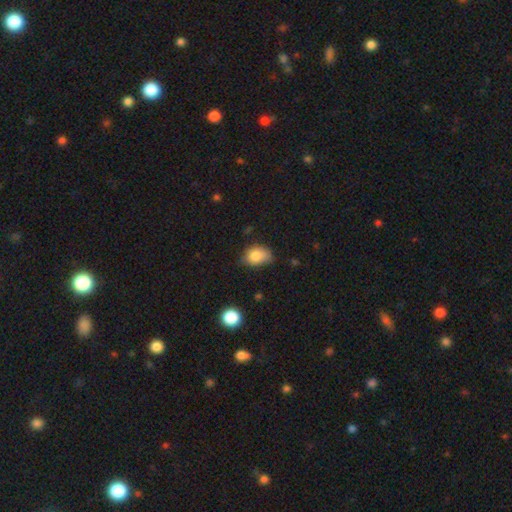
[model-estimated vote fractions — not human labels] A smooth galaxy with no disk features (81%) that is in between round and cigar-shaped (70%).

Vote fractions:
- Smooth or featured? smooth: 81% / featured or disk: 10% / star or artifact: 9%
- How rounded? in between: 70% / round: 29% / cigar-shaped: 1%
- Merging? none: 46% / minor disturbance: 40% / major disturbance: 10% / merger: 3%